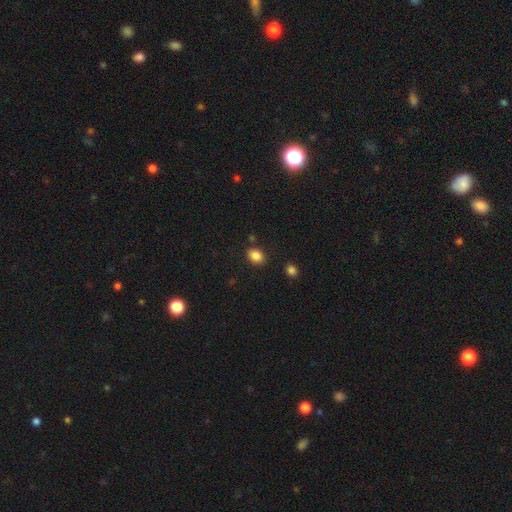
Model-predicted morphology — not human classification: The model was most divided on "how rounded": in between: 51%, round: 48%, cigar-shaped: 1%. More confident: smooth or featured — smooth (86%); merging — none (85%).